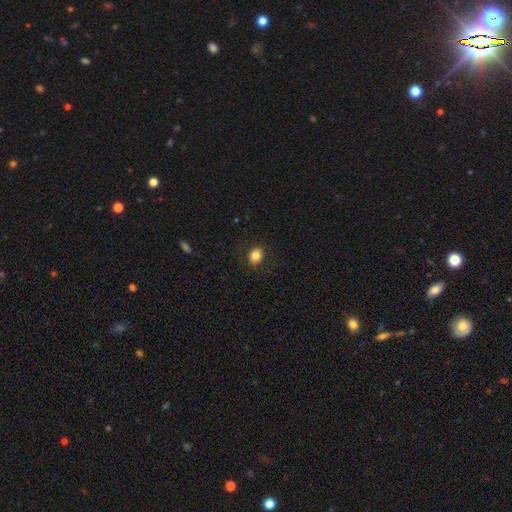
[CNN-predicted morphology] A smooth galaxy with no disk features (83%) that is round (61%).

Vote fractions:
- Smooth or featured? smooth: 83% / star or artifact: 10% / featured or disk: 7%
- How rounded? round: 61% / in between: 38% / cigar-shaped: 1%
- Merging? none: 89% / minor disturbance: 7% / major disturbance: 2% / merger: 1%